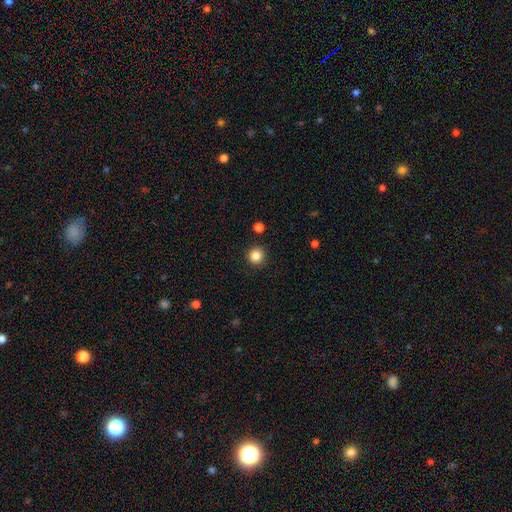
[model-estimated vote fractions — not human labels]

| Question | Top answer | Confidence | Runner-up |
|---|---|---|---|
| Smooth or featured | smooth | 85% | star or artifact (11%) |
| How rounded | round | 95% | in between (4%) |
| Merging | none | 91% | minor disturbance (5%) |